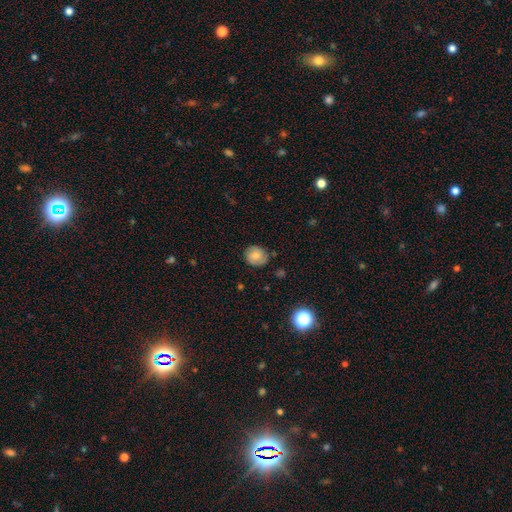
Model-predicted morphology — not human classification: The model was most divided on "smooth or featured": smooth: 67%, featured or disk: 23%, star or artifact: 10%. More confident: merging — none (77%); how rounded — round (77%).